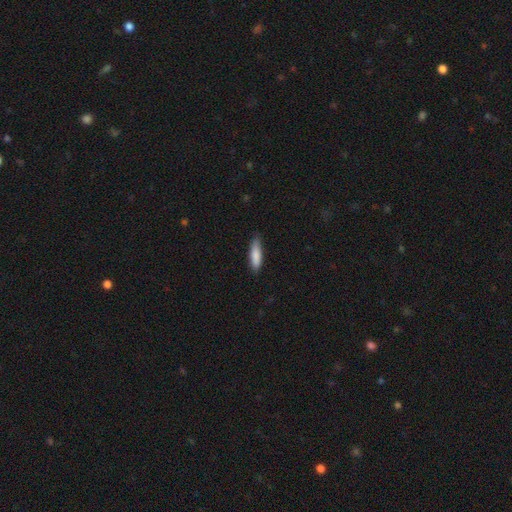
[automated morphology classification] smooth_or_featured: smooth (p=0.85) [alt: featured or disk p=0.10]
how_rounded: cigar-shaped (p=0.68) [alt: in between p=0.31]
merging: none (p=0.78) [alt: minor disturbance p=0.18]